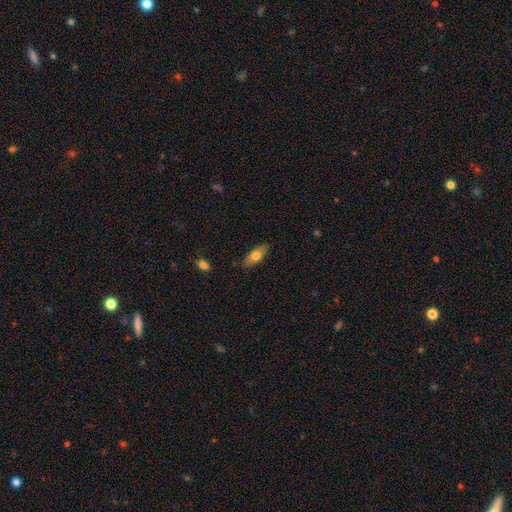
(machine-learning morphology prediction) smooth-or-featured: smooth: 71% | featured or disk: 22% | star or artifact: 7%
  how-rounded: in between: 78% | cigar-shaped: 19% | round: 3%
  merging: none: 85% | minor disturbance: 11% | major disturbance: 2% | merger: 1%